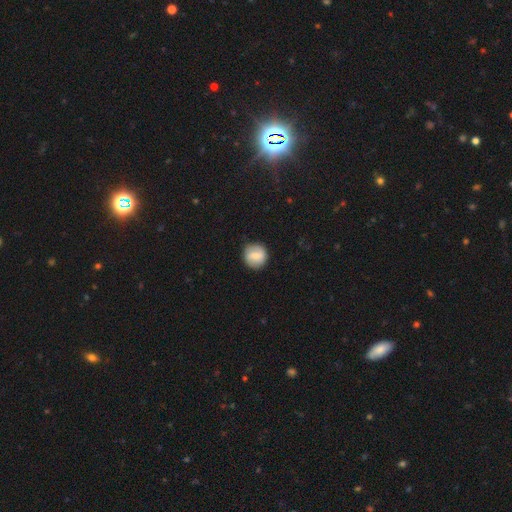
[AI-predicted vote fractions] smooth_or_featured: smooth (p=0.63) [alt: featured or disk p=0.30]
how_rounded: round (p=0.92) [alt: in between p=0.07]
merging: none (p=0.86) [alt: minor disturbance p=0.10]